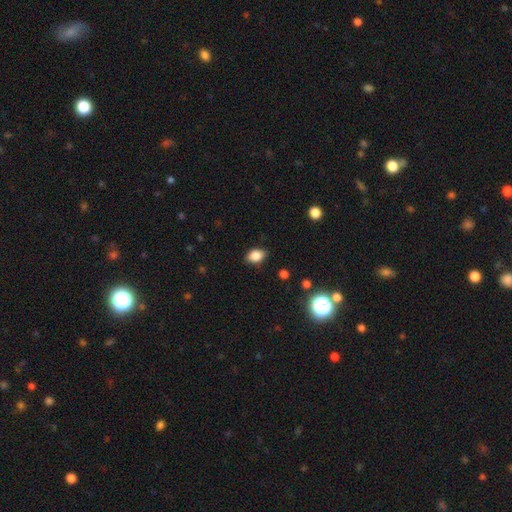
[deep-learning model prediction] A smooth galaxy with no disk features (84%) that is in between round and cigar-shaped (79%). Merging: none (84%).